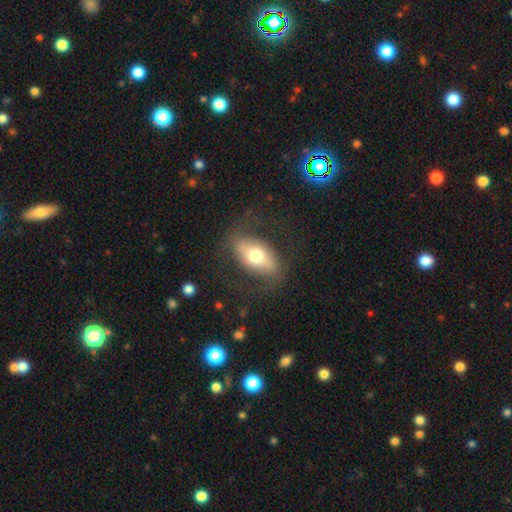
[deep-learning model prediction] Overall: smooth (49%; featured or disk 44%). Merging: none (72%).